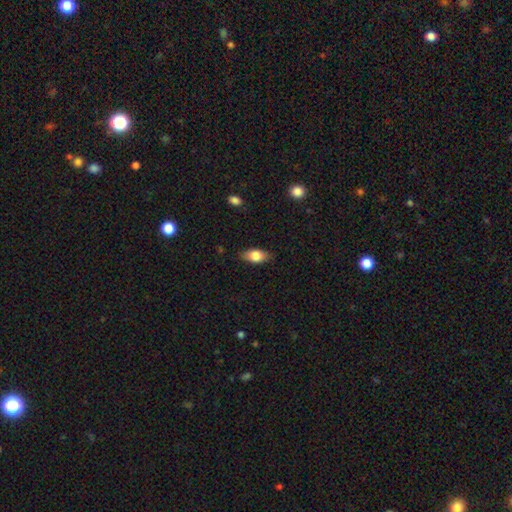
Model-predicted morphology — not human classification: A smooth galaxy with no disk features (76%) that is in between round and cigar-shaped (86%). Merging: none (83%).